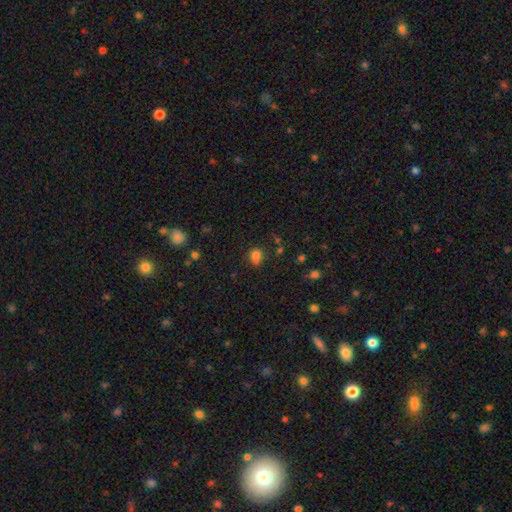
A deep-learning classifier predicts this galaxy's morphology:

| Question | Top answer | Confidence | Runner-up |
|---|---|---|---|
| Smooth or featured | smooth | 72% | star or artifact (17%) |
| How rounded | round | 64% | in between (34%) |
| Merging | none | 48% | merger (24%) |